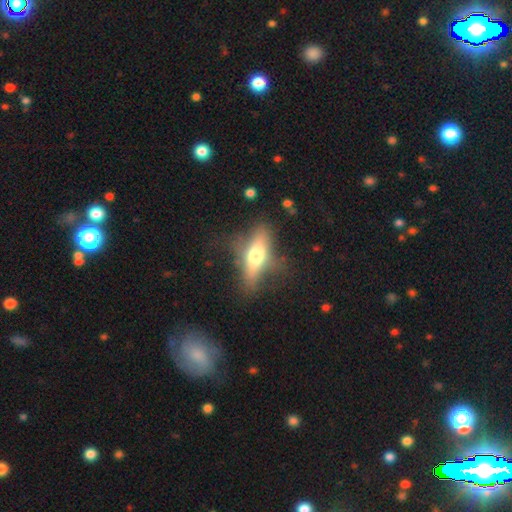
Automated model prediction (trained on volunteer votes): Overall: smooth (48%; featured or disk 43%). Merging: none (64%).